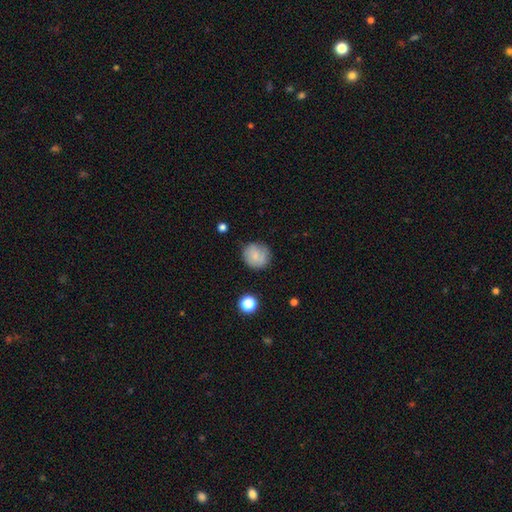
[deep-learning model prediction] Overall: smooth (77%). How rounded: round (88%). Merging: none (74%).